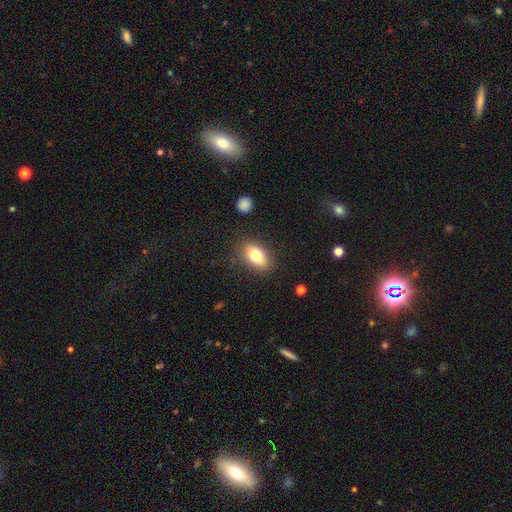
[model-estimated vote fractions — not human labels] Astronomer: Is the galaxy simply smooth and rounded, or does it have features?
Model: smooth — 80%.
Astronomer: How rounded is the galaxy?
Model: in between — 88%.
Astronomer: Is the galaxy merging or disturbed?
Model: none — 84%.